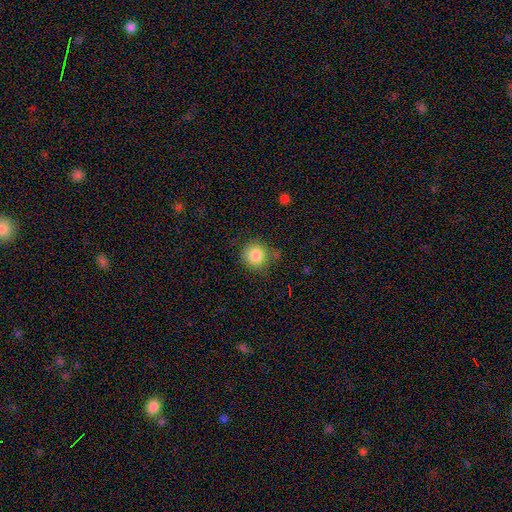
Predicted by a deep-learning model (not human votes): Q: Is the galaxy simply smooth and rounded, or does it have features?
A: smooth — 85%.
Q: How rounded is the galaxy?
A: round — 91%.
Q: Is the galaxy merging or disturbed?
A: none — 78%.